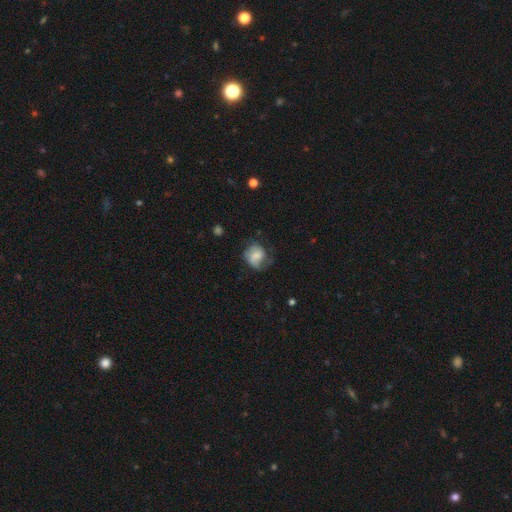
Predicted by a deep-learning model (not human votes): Smooth or featured?
  - smooth: 55% *
  - featured or disk: 37%
  - star or artifact: 8%
How rounded?
  - round: 67% *
  - in between: 32%
  - cigar-shaped: 1%
Merging?
  - none: 49% *
  - minor disturbance: 29%
  - major disturbance: 20%
  - merger: 2%